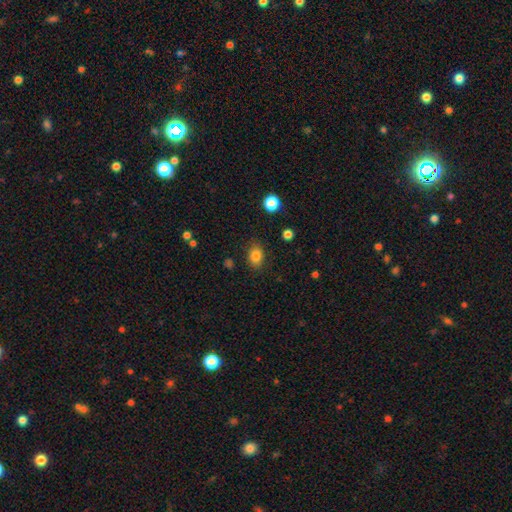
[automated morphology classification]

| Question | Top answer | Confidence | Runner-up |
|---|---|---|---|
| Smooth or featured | smooth | 84% | star or artifact (11%) |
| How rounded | in between | 68% | round (31%) |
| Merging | none | 83% | minor disturbance (12%) |